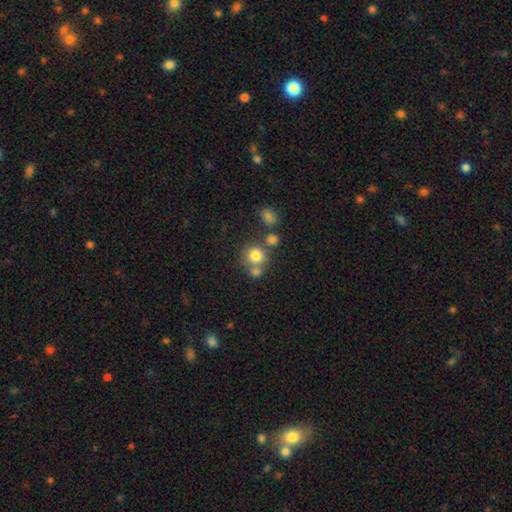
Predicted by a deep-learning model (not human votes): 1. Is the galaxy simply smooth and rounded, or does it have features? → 77% smooth, 12% star or artifact, 11% featured or disk.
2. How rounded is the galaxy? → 87% round, 12% in between, 1% cigar-shaped.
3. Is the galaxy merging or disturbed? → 57% none, 29% merger, 10% minor disturbance, 4% major disturbance.